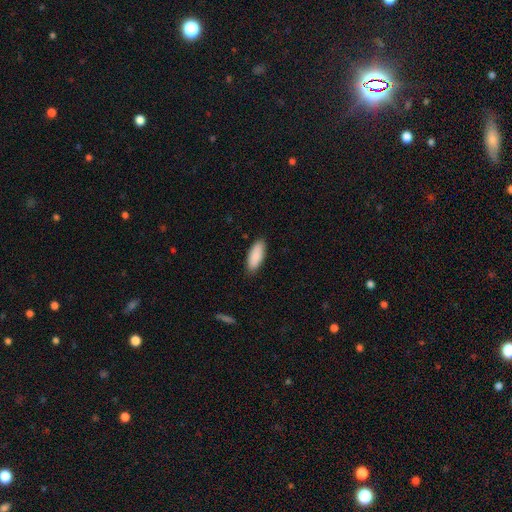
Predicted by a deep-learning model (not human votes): smooth-or-featured: smooth: 90% | star or artifact: 6% | featured or disk: 5%
  how-rounded: in between: 77% | cigar-shaped: 22% | round: 2%
  merging: none: 87% | minor disturbance: 10% | major disturbance: 2% | merger: 1%